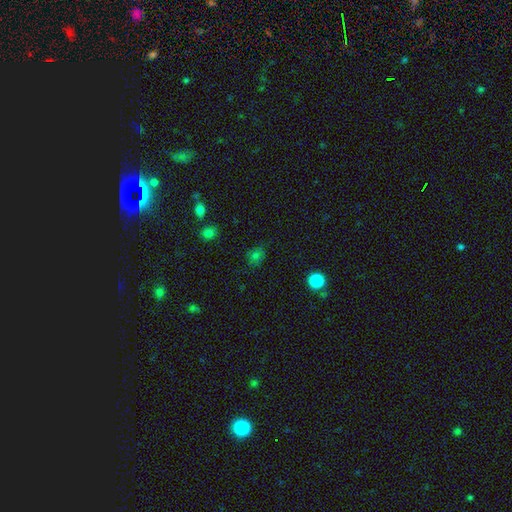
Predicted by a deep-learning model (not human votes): A smooth galaxy with no disk features (70%) that is round (58%). Merging: none (76%).